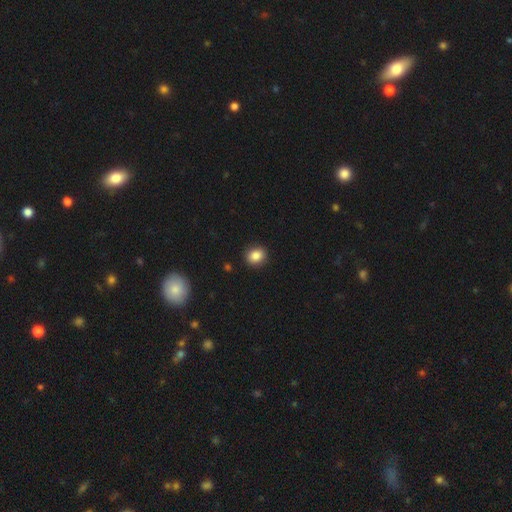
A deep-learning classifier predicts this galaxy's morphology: The model was most divided on "how rounded": round: 66%, in between: 33%, cigar-shaped: 1%. More confident: merging — none (90%); smooth or featured — smooth (86%).